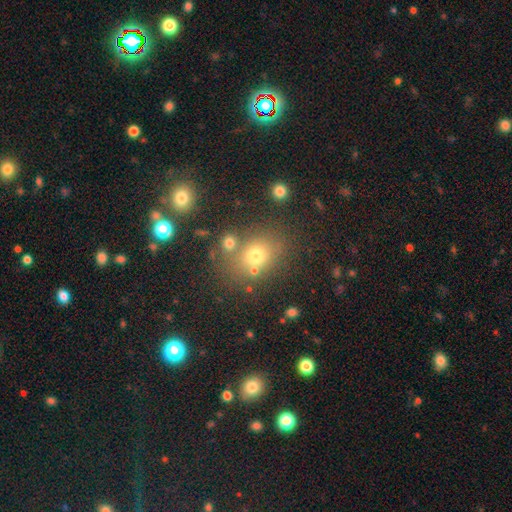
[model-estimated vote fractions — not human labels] smooth-or-featured: smooth: 69% | star or artifact: 18% | featured or disk: 13%
  how-rounded: round: 55% | in between: 44% | cigar-shaped: 1%
  merging: none: 67% | merger: 15% | minor disturbance: 12% | major disturbance: 6%